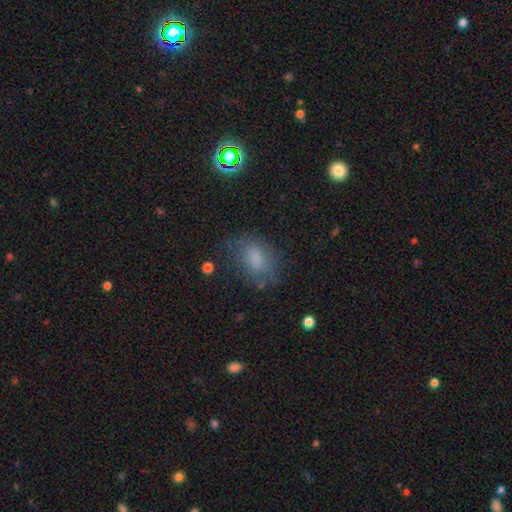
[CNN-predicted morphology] smooth 63%, star or artifact 18%, featured or disk 18%. Down the decision tree: how rounded — in between (79%); merging — none (65%).